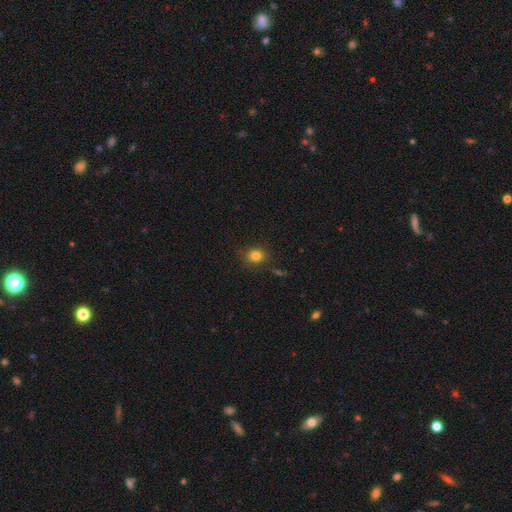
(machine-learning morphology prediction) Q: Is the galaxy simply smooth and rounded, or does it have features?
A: smooth — 82%.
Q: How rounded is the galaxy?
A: round — 72%.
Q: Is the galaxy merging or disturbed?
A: none — 84%.